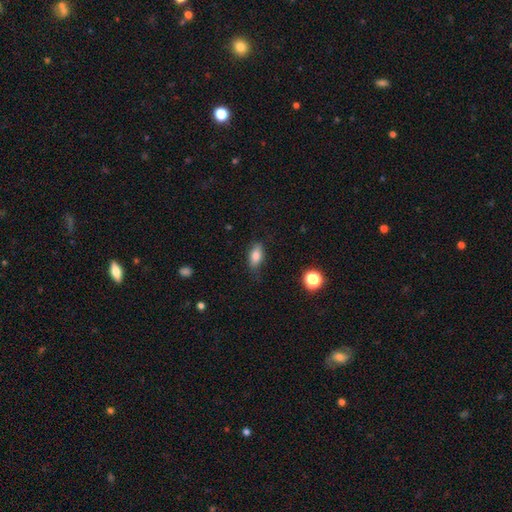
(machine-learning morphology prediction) The model was most divided on "merging": none: 75%, minor disturbance: 19%, major disturbance: 4%, merger: 1%. More confident: how rounded — in between (84%); smooth or featured — smooth (79%).